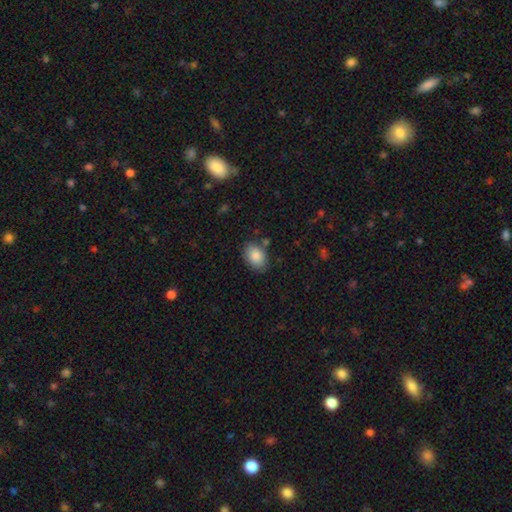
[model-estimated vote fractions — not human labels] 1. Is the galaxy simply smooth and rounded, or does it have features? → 87% smooth, 7% star or artifact, 6% featured or disk.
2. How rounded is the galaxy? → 82% in between, 17% round, 1% cigar-shaped.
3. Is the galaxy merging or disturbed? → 79% none, 14% minor disturbance, 4% merger, 3% major disturbance.